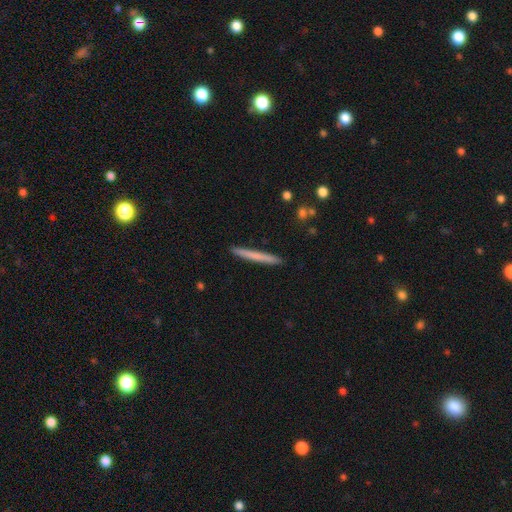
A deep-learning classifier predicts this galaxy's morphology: This is likely a smooth galaxy (68%). How rounded: clearly cigar-shaped (97%). Merging: clearly none (92%).